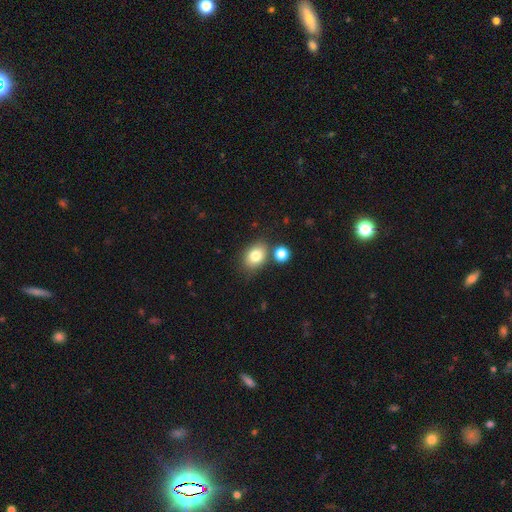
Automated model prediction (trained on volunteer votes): Overall: smooth (80%). How rounded: in between (68%; round 31%). Merging: none (71%).